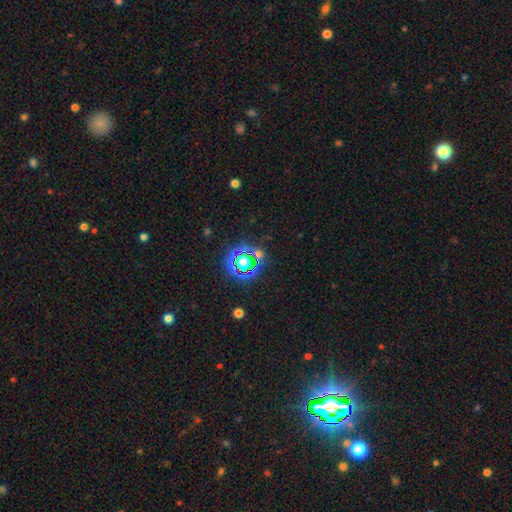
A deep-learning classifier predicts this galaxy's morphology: star or artifact 76%, smooth 16%, featured or disk 8%.